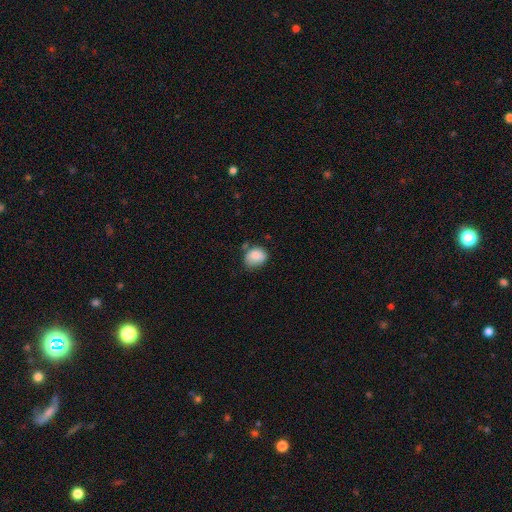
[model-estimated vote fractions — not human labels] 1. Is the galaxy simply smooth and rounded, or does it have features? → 84% smooth, 8% featured or disk, 8% star or artifact.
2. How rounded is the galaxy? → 55% round, 44% in between, 1% cigar-shaped.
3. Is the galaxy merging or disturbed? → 59% none, 28% minor disturbance, 7% merger, 6% major disturbance.